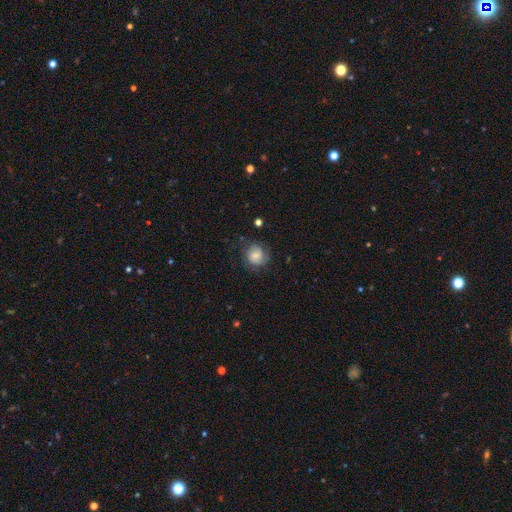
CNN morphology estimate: A smooth galaxy with no disk features (58%) that is round (84%). Merging: none (70%).